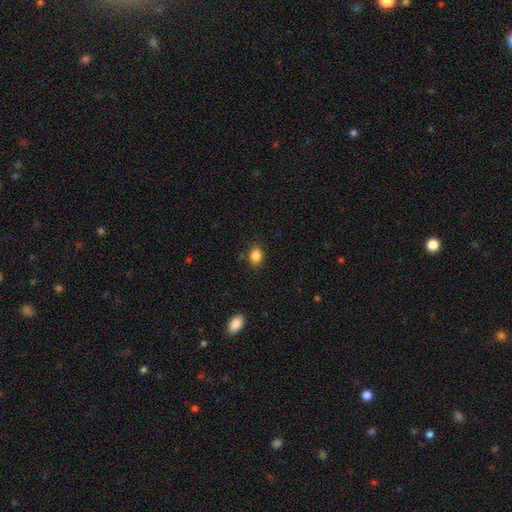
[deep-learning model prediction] Smooth or featured: smooth — 85% (star or artifact — 10%)
How rounded: in between — 64% (round — 35%)
Merging: none — 83% (minor disturbance — 12%)